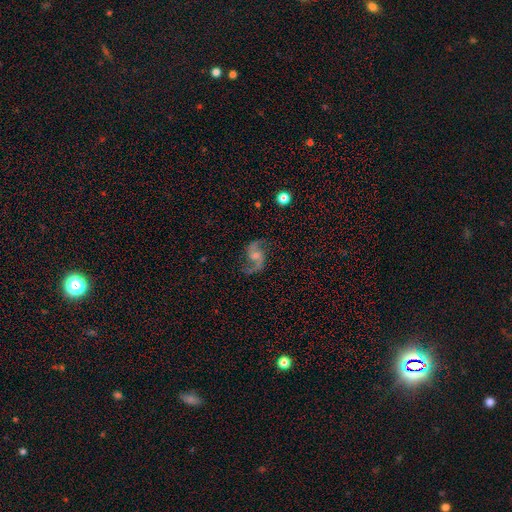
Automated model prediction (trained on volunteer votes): A featured or disk galaxy (88%) with no bar (53%), 2 (94%) loose (60%) spiral arms (97%) and a moderate central bulge (48%).

Vote fractions:
- Smooth or featured? featured or disk: 88% / star or artifact: 6% / smooth: 6%
- Edge-on disk? no: 98% / yes: 2%
- Bar? no: 53% / weak: 39% / strong: 8%
- Spiral arms? yes: 97% / no: 3%
- Spiral winding? loose: 60% / medium: 34% / tight: 6%
- Spiral arm count? 2: 94% / can't tell: 2% / 1: 2% / 3: 1% / 4: 1% / more than 4: 1%
- Bulge size? moderate: 48% / small: 35% / none: 10% / large: 6% / dominant: 1%
- Merging? none: 76% / minor disturbance: 14% / major disturbance: 8% / merger: 2%